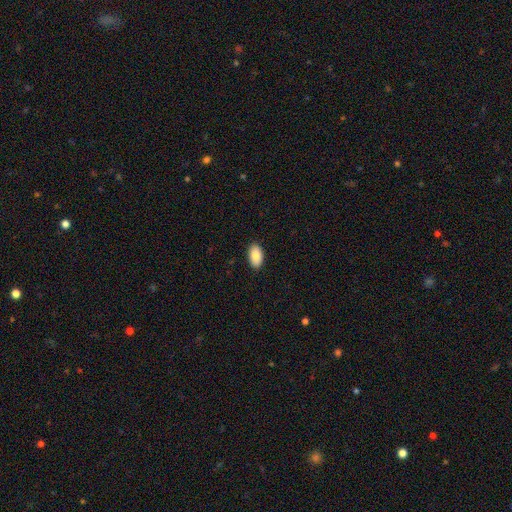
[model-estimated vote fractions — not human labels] smooth-or-featured: smooth: 87% | featured or disk: 7% | star or artifact: 6%
  how-rounded: in between: 95% | round: 3% | cigar-shaped: 2%
  merging: none: 90% | minor disturbance: 8% | major disturbance: 2% | merger: 1%